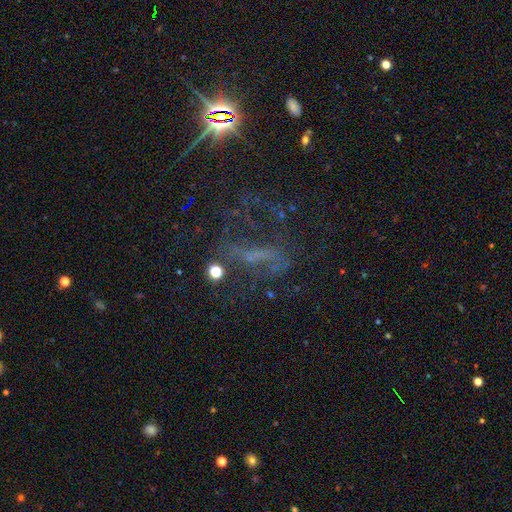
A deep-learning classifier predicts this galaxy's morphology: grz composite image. It shows a featured or disk galaxy (44%). Merging: none (46%).